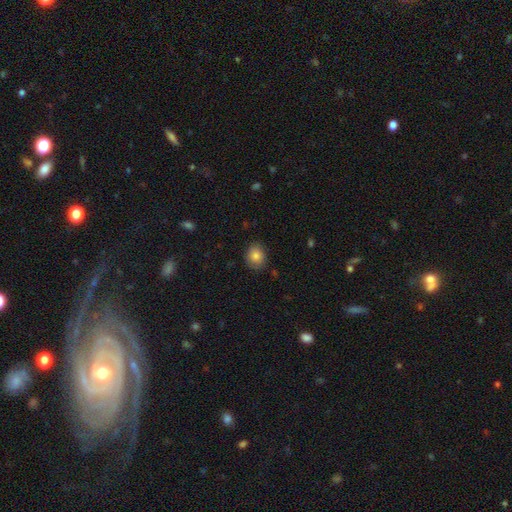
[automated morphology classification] smooth_or_featured: smooth (p=0.82) [alt: star or artifact p=0.09]
how_rounded: round (p=0.62) [alt: in between p=0.37]
merging: none (p=0.82) [alt: minor disturbance p=0.14]